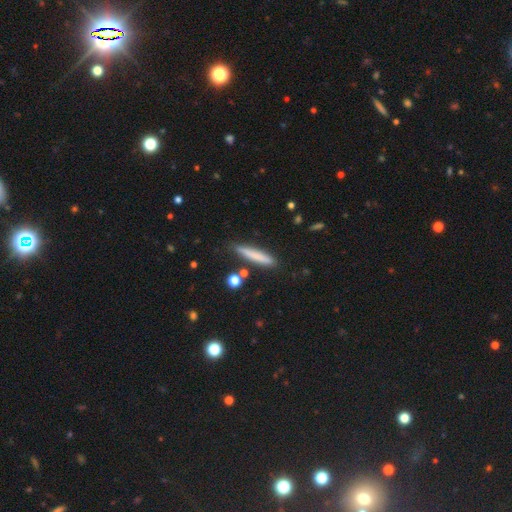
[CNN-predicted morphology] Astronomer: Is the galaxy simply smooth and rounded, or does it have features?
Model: smooth — 74%.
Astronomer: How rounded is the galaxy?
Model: cigar-shaped — 93%.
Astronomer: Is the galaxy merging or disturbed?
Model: none — 84%.